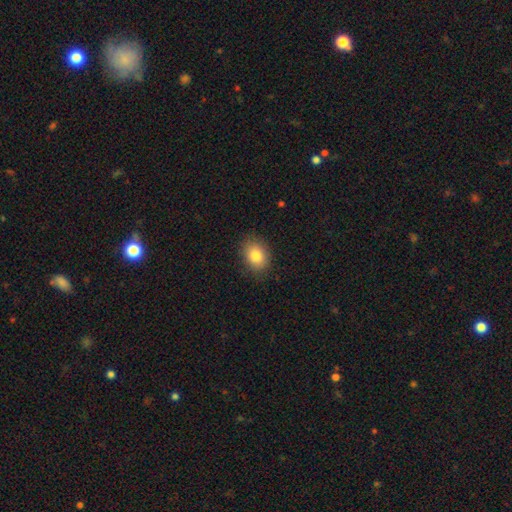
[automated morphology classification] Smooth or featured? Predicted: smooth (p=0.84). How rounded? Predicted: in between (p=0.60). Merging? Predicted: none (p=0.86).